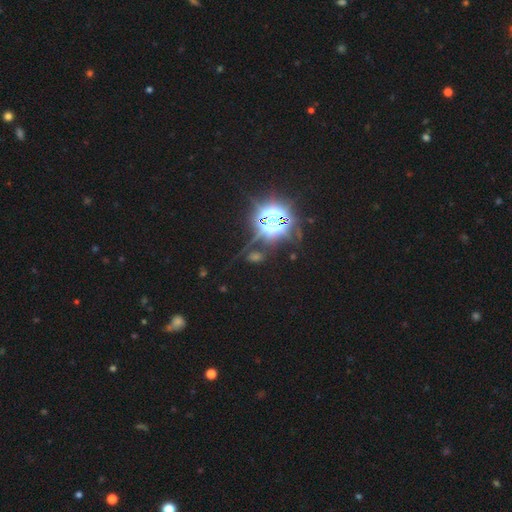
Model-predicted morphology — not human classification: A star or artifact, not a galaxy (73%).

Vote fractions:
- Smooth or featured? star or artifact: 73% / smooth: 15% / featured or disk: 12%